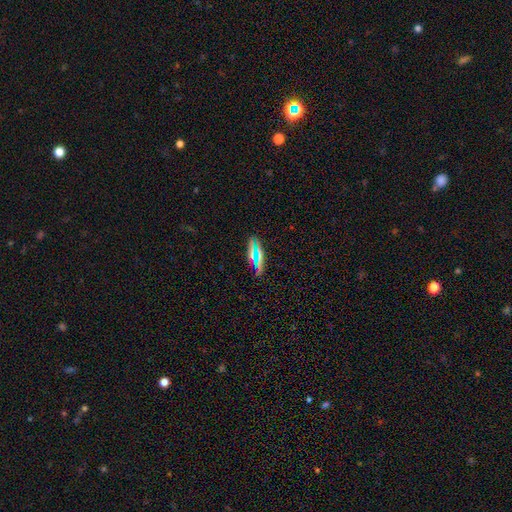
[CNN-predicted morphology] Smooth or featured: smooth — 60% (featured or disk — 21%)
How rounded: in between — 51% (cigar-shaped — 40%)
Merging: none — 76% (minor disturbance — 13%)